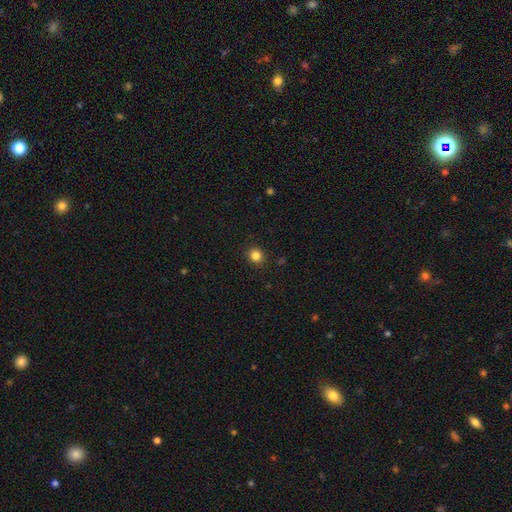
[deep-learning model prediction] Q: Smooth or featured?
A: smooth (84%); runner-up: star or artifact (12%)
Q: How rounded?
A: round (84%); runner-up: in between (15%)
Q: Merging?
A: none (91%); runner-up: minor disturbance (6%)